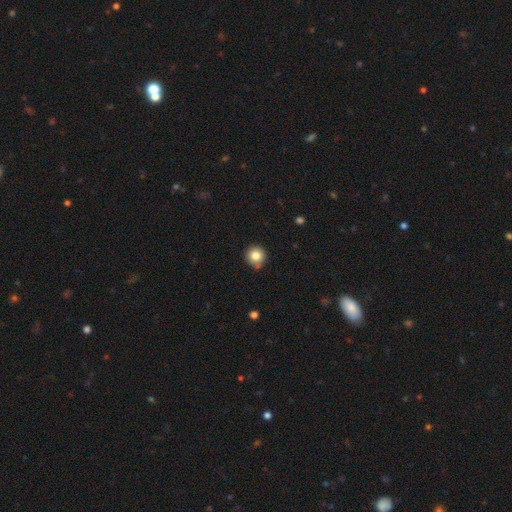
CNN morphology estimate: Smooth or featured: smooth — 83% (star or artifact — 10%)
How rounded: round — 94% (in between — 5%)
Merging: none — 84% (minor disturbance — 11%)